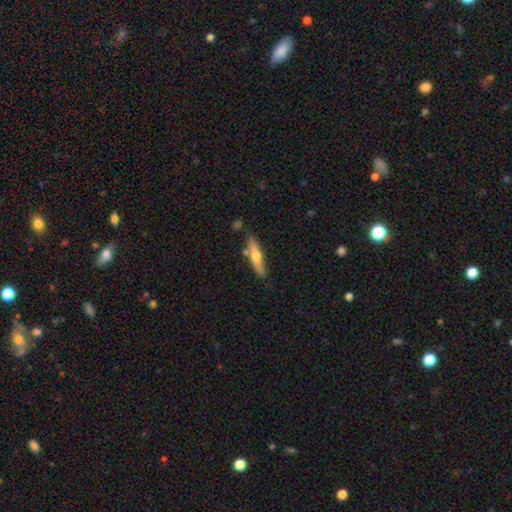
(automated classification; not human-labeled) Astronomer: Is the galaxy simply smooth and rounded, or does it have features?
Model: featured or disk — 50% (runner-up: smooth, 44%).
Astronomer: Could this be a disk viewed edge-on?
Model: yes — 92%.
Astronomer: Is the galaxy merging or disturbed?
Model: none — 77%.